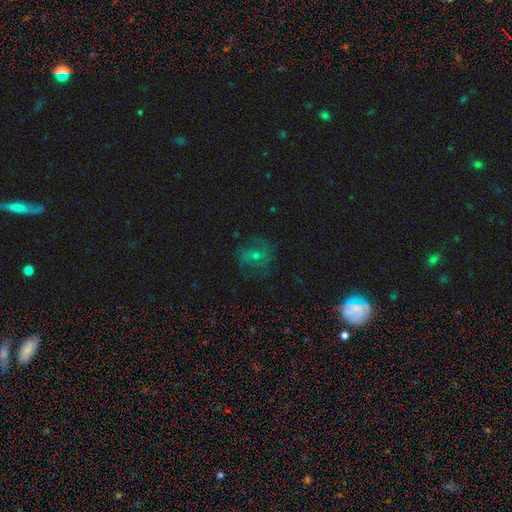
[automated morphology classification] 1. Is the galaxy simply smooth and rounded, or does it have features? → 47% featured or disk, 29% smooth, 24% star or artifact.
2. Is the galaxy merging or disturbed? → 70% none, 18% minor disturbance, 11% major disturbance, 2% merger.